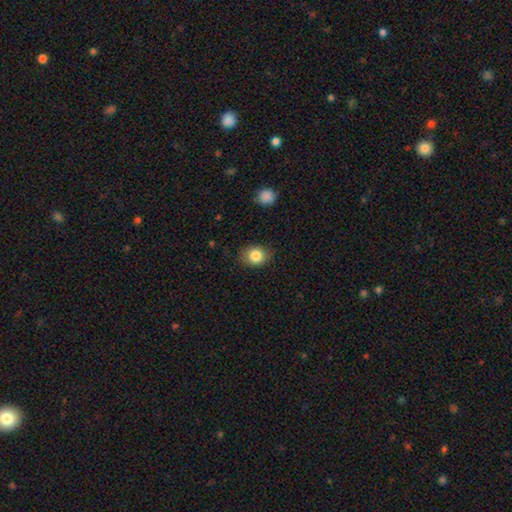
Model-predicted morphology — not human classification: The model was most divided on "how rounded": round: 59%, in between: 40%, cigar-shaped: 1%. More confident: smooth or featured — smooth (84%); merging — none (83%).